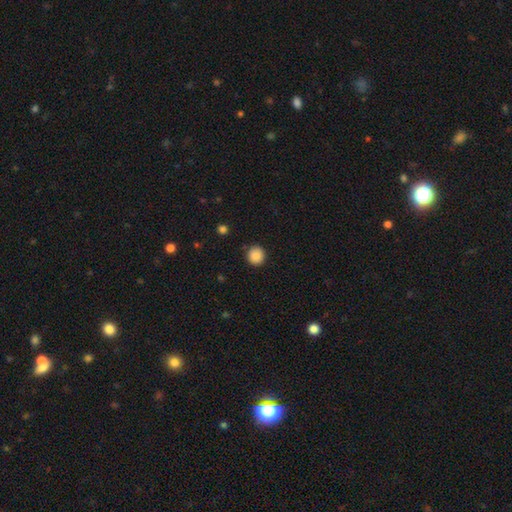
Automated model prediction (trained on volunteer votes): Q: Smooth or featured?
A: smooth (87%); runner-up: star or artifact (9%)
Q: How rounded?
A: round (93%); runner-up: in between (7%)
Q: Merging?
A: none (90%); runner-up: minor disturbance (7%)